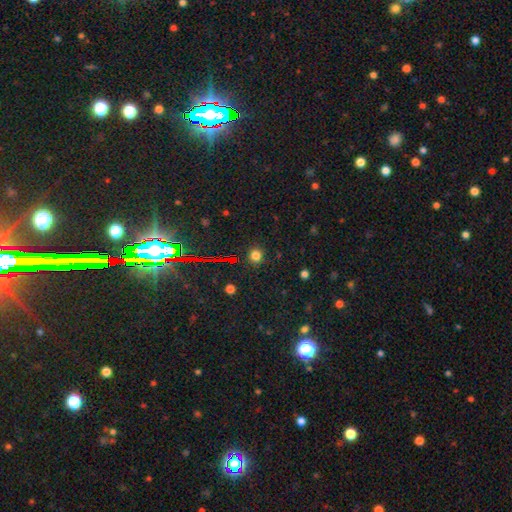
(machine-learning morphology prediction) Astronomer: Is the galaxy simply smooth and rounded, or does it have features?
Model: smooth — 75%.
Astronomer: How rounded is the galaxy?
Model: round — 91%.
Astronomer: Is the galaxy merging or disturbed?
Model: none — 89%.